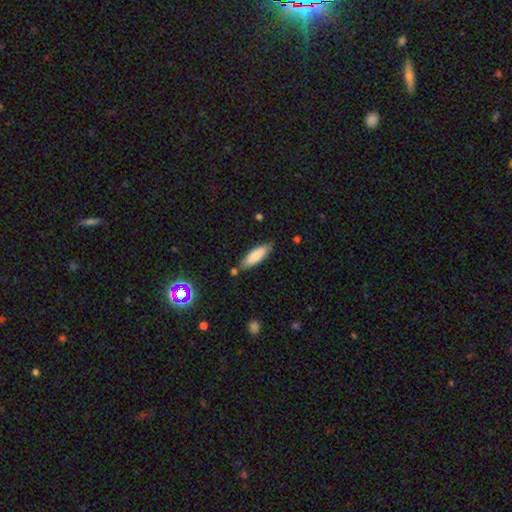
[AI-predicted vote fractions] Overall: smooth (82%). How rounded: cigar-shaped (52%; in between 46%). Merging: none (78%).